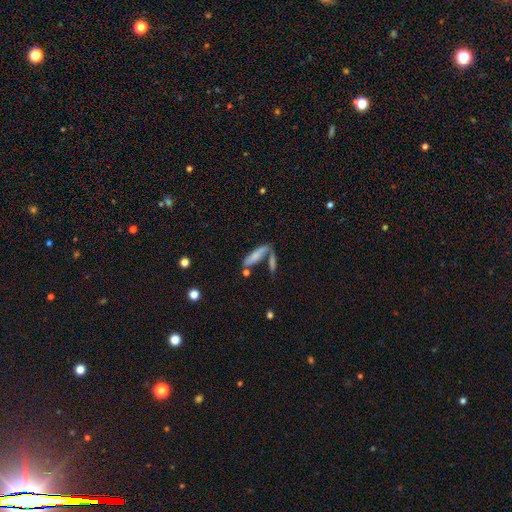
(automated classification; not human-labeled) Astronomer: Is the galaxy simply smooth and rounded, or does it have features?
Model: smooth — 63%.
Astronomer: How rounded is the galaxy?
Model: cigar-shaped — 67%.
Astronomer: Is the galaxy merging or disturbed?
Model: none — 46% (runner-up: merger, 31%).